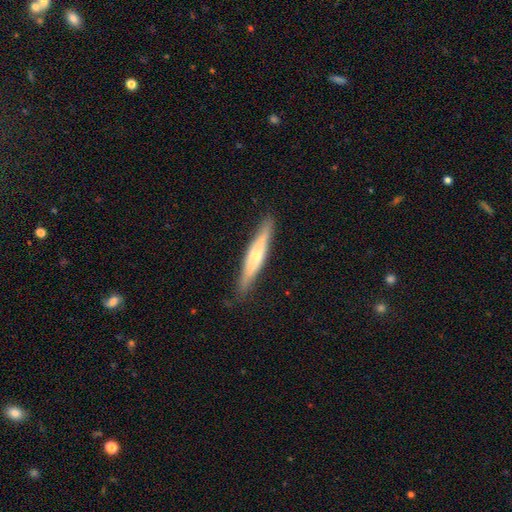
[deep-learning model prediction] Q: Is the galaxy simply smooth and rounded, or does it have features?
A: featured or disk — 58%.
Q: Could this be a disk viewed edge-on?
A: yes — 90%.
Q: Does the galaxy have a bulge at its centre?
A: rounded — 76%.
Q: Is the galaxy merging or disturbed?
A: none — 85%.